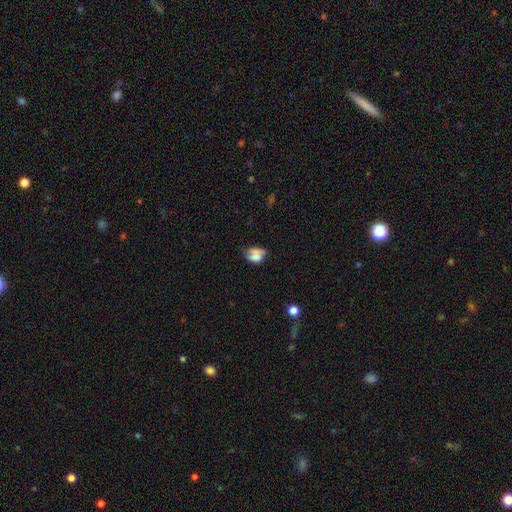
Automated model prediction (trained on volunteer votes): A smooth galaxy with no disk features (63%) that is in between round and cigar-shaped (72%). Merging: none (39%).